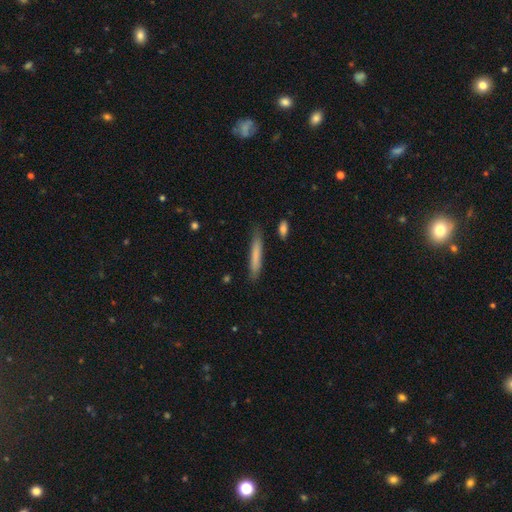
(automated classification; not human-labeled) Smooth or featured? smooth (76%)
How rounded? cigar-shaped (94%)
Merging? none (83%)